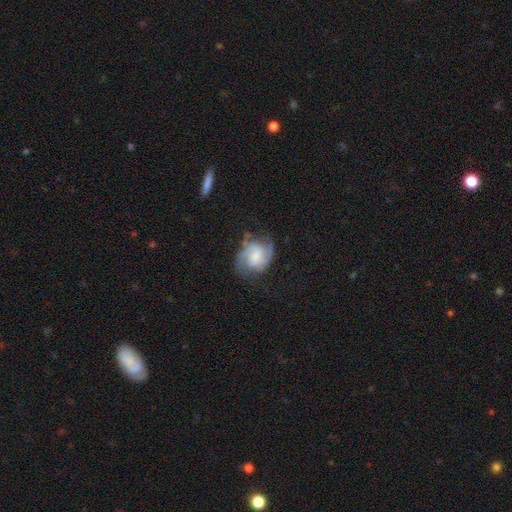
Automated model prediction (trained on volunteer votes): A featured or disk galaxy (75%) with no bar (50%), 2 (85%) medium (50%) spiral arms (95%) and a small central bulge (32%).

Vote fractions:
- Smooth or featured? featured or disk: 75% / smooth: 18% / star or artifact: 7%
- Edge-on disk? no: 98% / yes: 2%
- Bar? no: 50% / weak: 41% / strong: 9%
- Spiral arms? yes: 95% / no: 5%
- Spiral winding? medium: 50% / tight: 29% / loose: 20%
- Spiral arm count? 2: 85% / can't tell: 6% / 3: 4% / 1: 2% / 4: 1% / more than 4: 1%
- Bulge size? small: 32% / moderate: 30% / none: 20% / large: 15% / dominant: 3%
- Merging? none: 65% / minor disturbance: 22% / major disturbance: 11% / merger: 2%